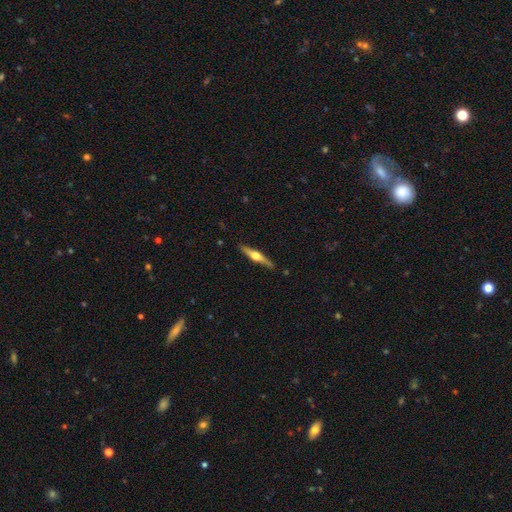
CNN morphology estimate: smooth-or-featured: featured or disk: 73% | smooth: 22% | star or artifact: 5%
  disk-edge-on: yes: 98% | no: 2%
    edge-on-bulge: rounded: 95% | boxy: 3% | none: 2%
  merging: none: 88% | minor disturbance: 9% | major disturbance: 2% | merger: 1%